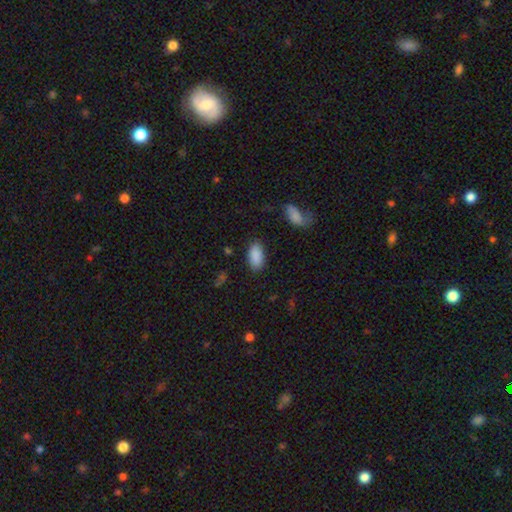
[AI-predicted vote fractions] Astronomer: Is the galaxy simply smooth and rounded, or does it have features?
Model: smooth — 90%.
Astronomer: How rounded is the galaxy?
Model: in between — 93%.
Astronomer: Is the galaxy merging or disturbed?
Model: none — 85%.